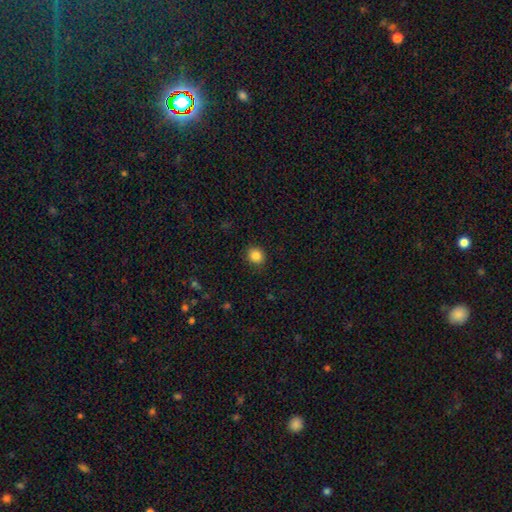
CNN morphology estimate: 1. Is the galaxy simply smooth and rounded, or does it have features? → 85% smooth, 10% star or artifact, 5% featured or disk.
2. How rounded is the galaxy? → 74% round, 25% in between, 1% cigar-shaped.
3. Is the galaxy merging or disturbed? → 89% none, 8% minor disturbance, 2% major disturbance, 1% merger.